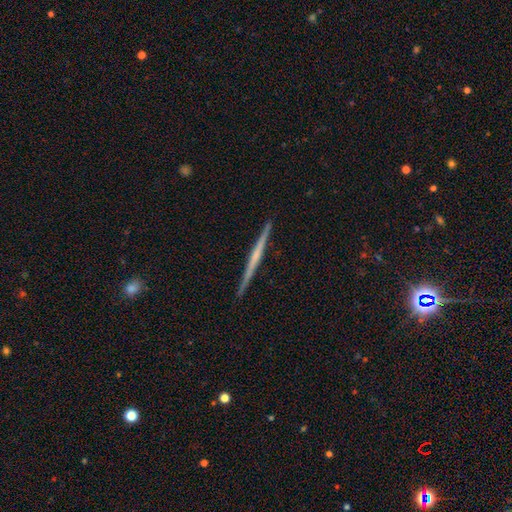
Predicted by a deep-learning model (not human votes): The model was most divided on "smooth or featured": featured or disk: 67%, smooth: 28%, star or artifact: 6%. More confident: edge-on disk — yes (98%); merging — none (92%); edge-on bulge — none (71%).